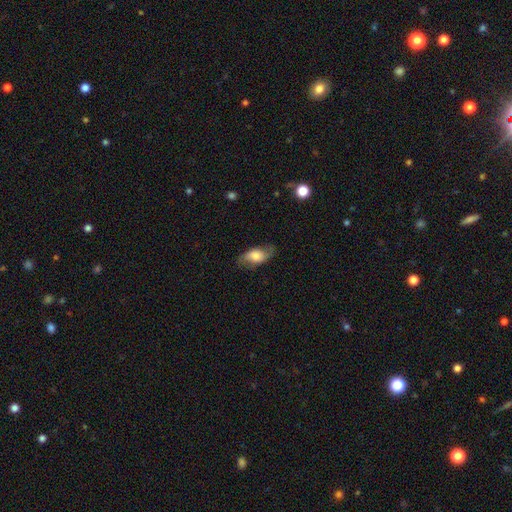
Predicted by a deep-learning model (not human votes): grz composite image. It shows a smooth galaxy with no disk features (63%) that is in between round and cigar-shaped (87%). Merging: none (74%).